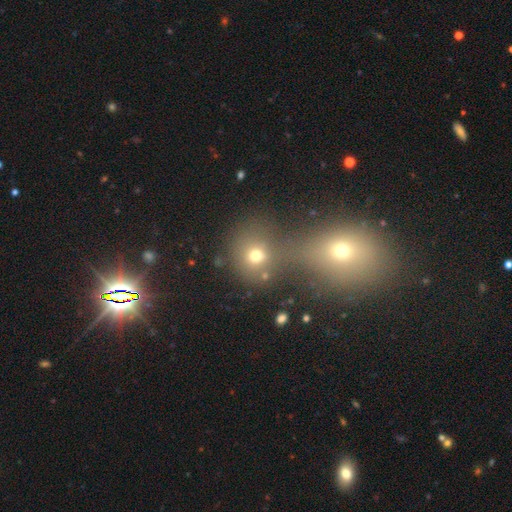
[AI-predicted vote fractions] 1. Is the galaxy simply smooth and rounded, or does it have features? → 68% smooth, 18% star or artifact, 14% featured or disk.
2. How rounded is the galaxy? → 82% round, 17% in between, 2% cigar-shaped.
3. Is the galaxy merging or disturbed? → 46% merger, 40% none, 8% minor disturbance, 6% major disturbance.